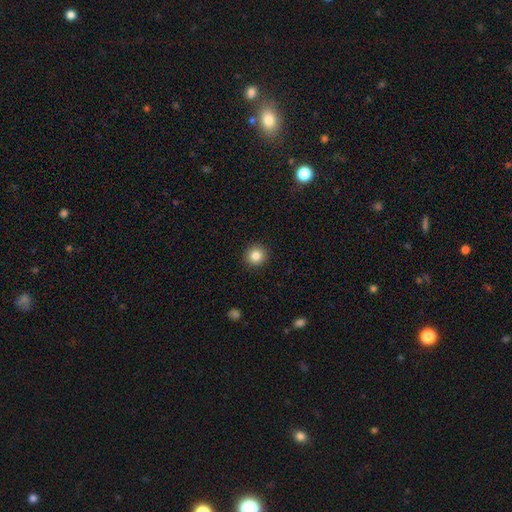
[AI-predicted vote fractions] Smooth or featured? Predicted: smooth (p=0.83). How rounded? Predicted: round (p=0.93). Merging? Predicted: none (p=0.92).